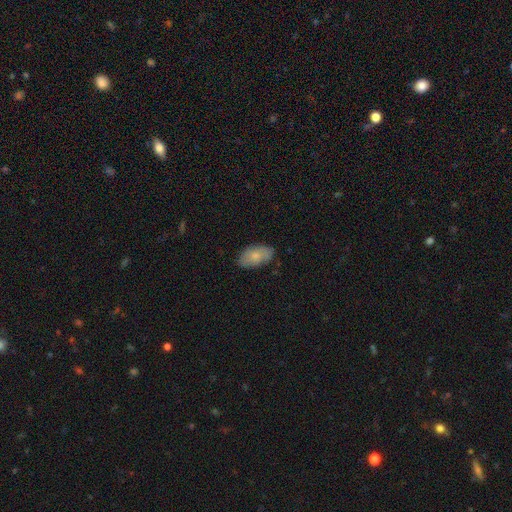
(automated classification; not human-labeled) smooth_or_featured: smooth (p=0.75) [alt: featured or disk p=0.19]
how_rounded: in between (p=0.94) [alt: round p=0.03]
merging: none (p=0.79) [alt: minor disturbance p=0.17]